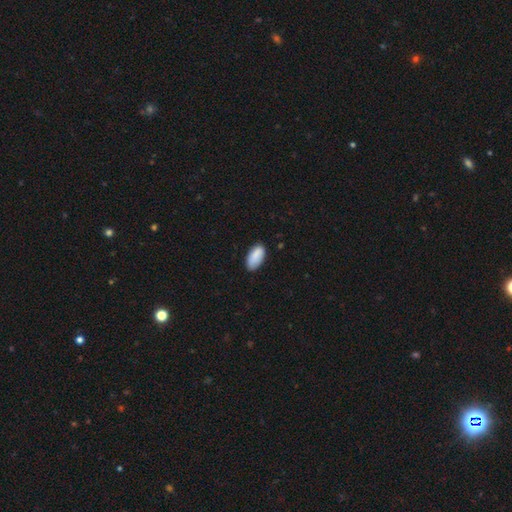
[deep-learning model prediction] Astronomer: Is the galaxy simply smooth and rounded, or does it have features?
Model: smooth — 88%.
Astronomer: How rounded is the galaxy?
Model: in between — 94%.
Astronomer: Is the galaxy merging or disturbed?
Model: none — 79%.